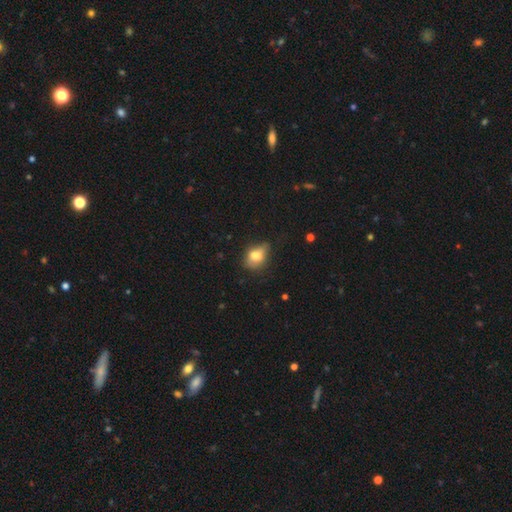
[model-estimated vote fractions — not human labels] A smooth galaxy with no disk features (71%) that is in between round and cigar-shaped (65%).

Vote fractions:
- Smooth or featured? smooth: 71% / featured or disk: 19% / star or artifact: 10%
- How rounded? in between: 65% / round: 33% / cigar-shaped: 3%
- Merging? none: 46% / minor disturbance: 35% / major disturbance: 13% / merger: 6%